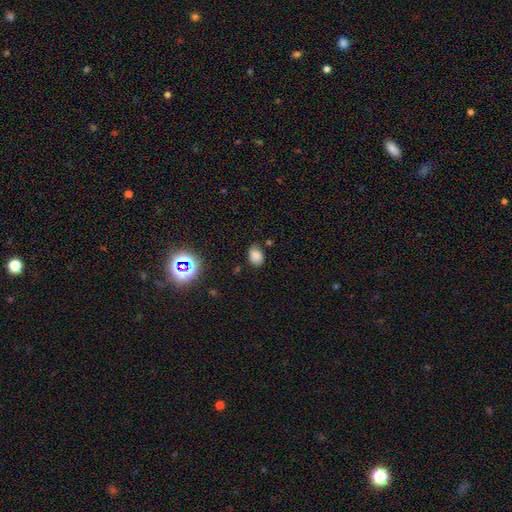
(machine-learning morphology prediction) Smooth or featured?
  - smooth: 79% *
  - star or artifact: 15%
  - featured or disk: 6%
How rounded?
  - in between: 72% *
  - round: 27%
  - cigar-shaped: 1%
Merging?
  - none: 72% *
  - minor disturbance: 21%
  - major disturbance: 4%
  - merger: 3%